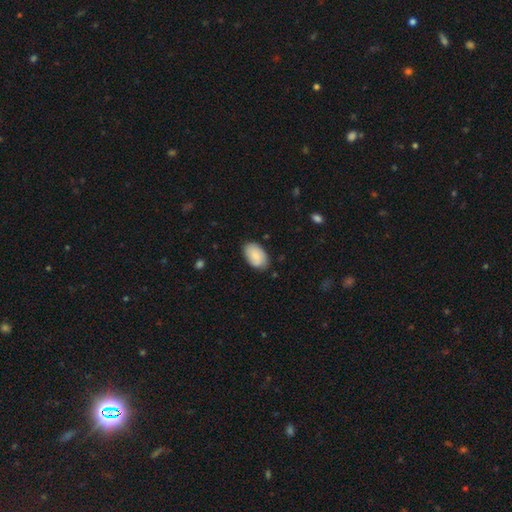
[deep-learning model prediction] This is likely a smooth galaxy (76%). How rounded: clearly in between (93%). Merging: likely none (79%).